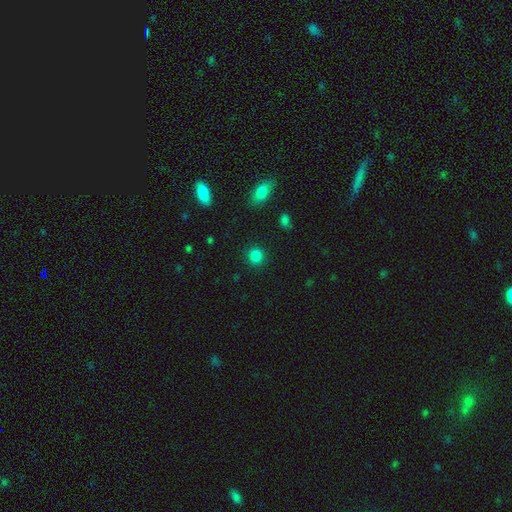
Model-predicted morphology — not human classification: This appears to be a smooth galaxy with no disk features (84%) that is round (86%). Merging: none (90%).